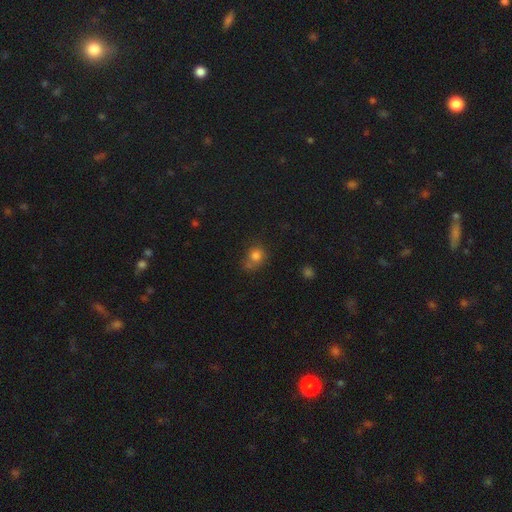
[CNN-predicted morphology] Smooth or featured? Predicted: smooth (p=0.80). How rounded? Predicted: round (p=0.73). Merging? Predicted: none (p=0.49).